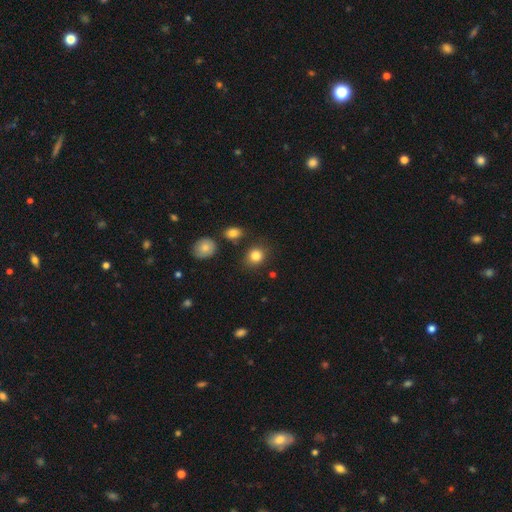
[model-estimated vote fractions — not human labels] A smooth galaxy with no disk features (84%) that is round (73%). Merging: none (80%).